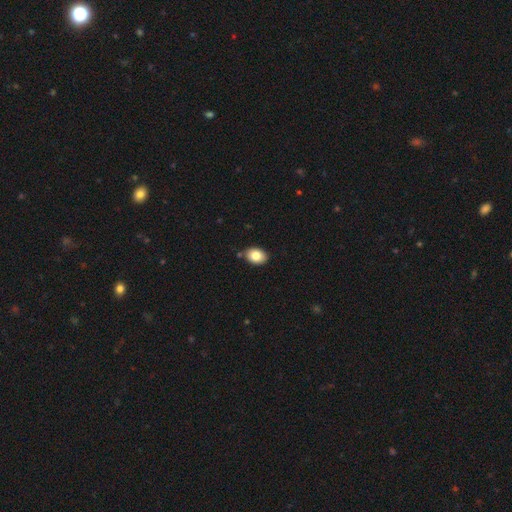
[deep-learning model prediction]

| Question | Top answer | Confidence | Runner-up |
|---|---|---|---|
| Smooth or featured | smooth | 83% | featured or disk (9%) |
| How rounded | in between | 75% | round (24%) |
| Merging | none | 82% | minor disturbance (13%) |